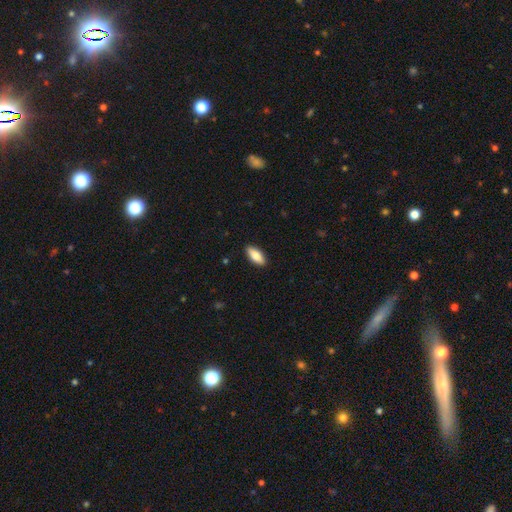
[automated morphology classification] Smooth or featured?
  - smooth: 84% *
  - featured or disk: 11%
  - star or artifact: 6%
How rounded?
  - in between: 80% *
  - cigar-shaped: 18%
  - round: 2%
Merging?
  - none: 90% *
  - minor disturbance: 7%
  - major disturbance: 2%
  - merger: 1%